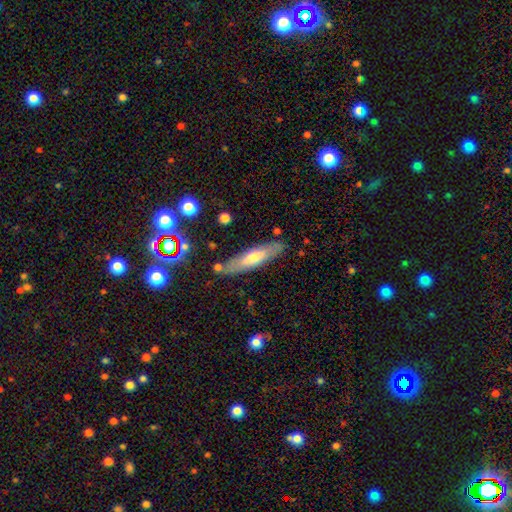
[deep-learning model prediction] This is possibly a smooth galaxy (53%). How rounded: likely cigar-shaped (68%). Merging: clearly none (82%).